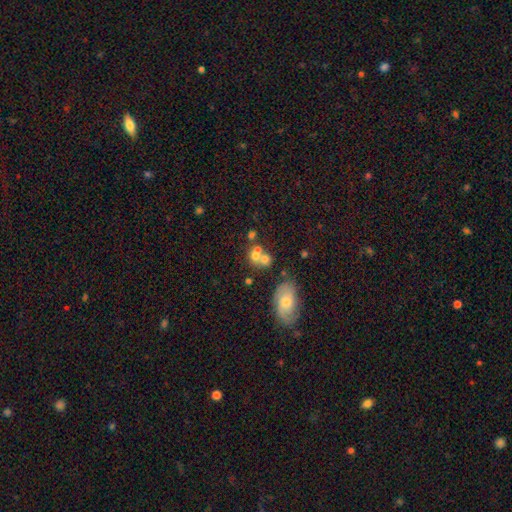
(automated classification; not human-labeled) This is likely a smooth galaxy (61%). How rounded: likely round (66%). Merging: possibly merger (55%).